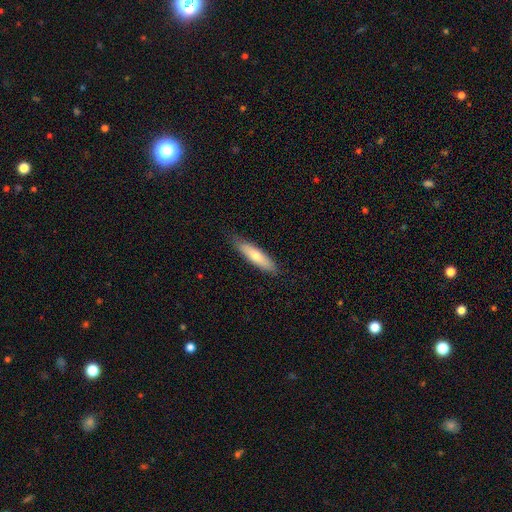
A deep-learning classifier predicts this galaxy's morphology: Q: Smooth or featured?
A: smooth (68%); runner-up: featured or disk (26%)
Q: How rounded?
A: cigar-shaped (73%); runner-up: in between (26%)
Q: Merging?
A: none (83%); runner-up: minor disturbance (14%)